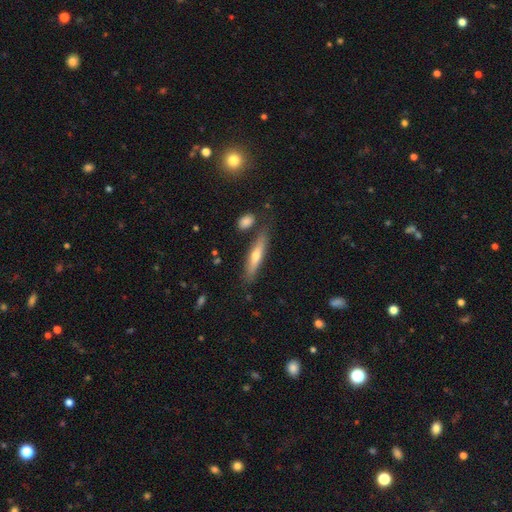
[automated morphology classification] Smooth or featured?
  - featured or disk: 48% *
  - smooth: 45%
  - star or artifact: 7%
Merging?
  - none: 80% *
  - minor disturbance: 13%
  - merger: 5%
  - major disturbance: 3%